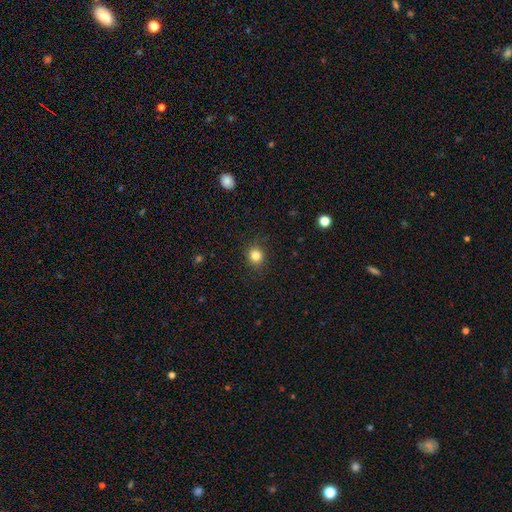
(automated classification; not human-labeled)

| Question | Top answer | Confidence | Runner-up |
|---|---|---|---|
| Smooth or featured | smooth | 83% | star or artifact (12%) |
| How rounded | round | 86% | in between (13%) |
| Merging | none | 88% | minor disturbance (9%) |